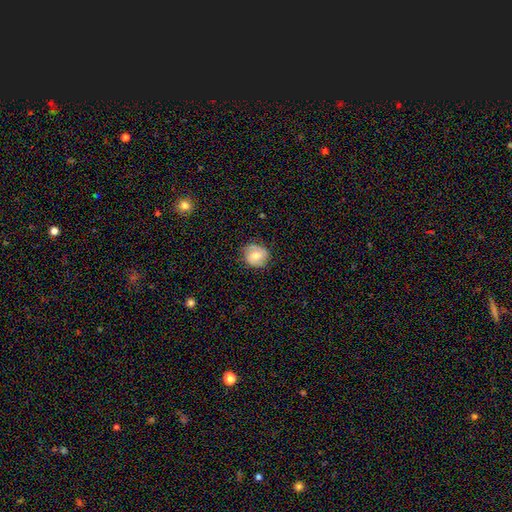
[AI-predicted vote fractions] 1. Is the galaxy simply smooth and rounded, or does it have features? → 47% smooth, 45% featured or disk, 8% star or artifact.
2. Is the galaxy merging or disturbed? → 77% none, 17% minor disturbance, 5% major disturbance, 1% merger.